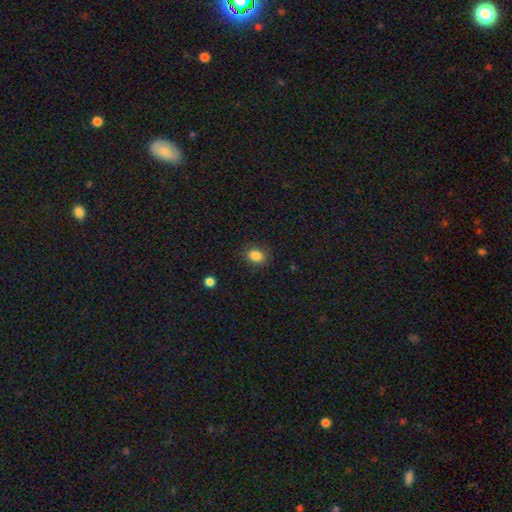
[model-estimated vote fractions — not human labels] Smooth or featured: smooth — 85% (star or artifact — 10%)
How rounded: in between — 61% (round — 38%)
Merging: none — 85% (minor disturbance — 11%)